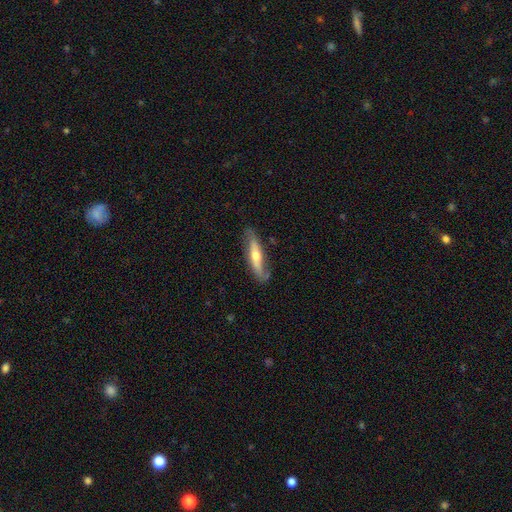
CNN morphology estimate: smooth-or-featured: featured or disk: 56% | smooth: 38% | star or artifact: 6%
  disk-edge-on: yes: 63% | no: 37%
  merging: none: 73% | minor disturbance: 20% | major disturbance: 5% | merger: 2%